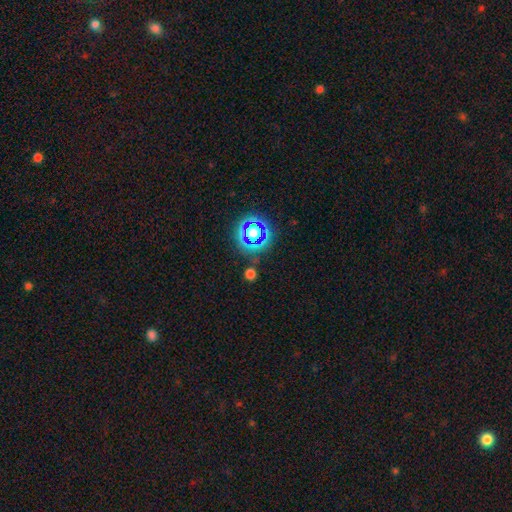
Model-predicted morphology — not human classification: type=star or artifact (73%).